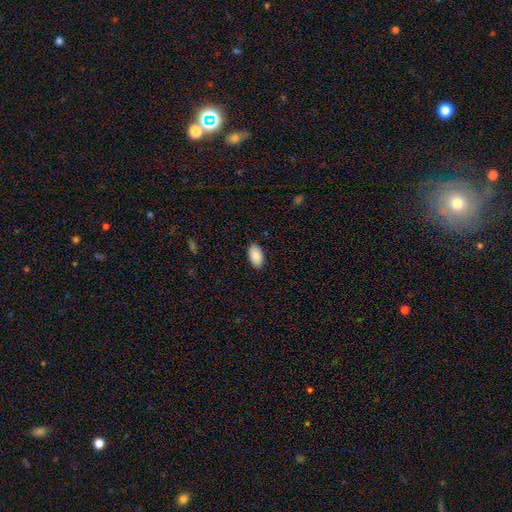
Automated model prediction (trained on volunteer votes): A smooth galaxy with no disk features (90%) that is in between round and cigar-shaped (95%).

Vote fractions:
- Smooth or featured? smooth: 90% / star or artifact: 6% / featured or disk: 4%
- How rounded? in between: 95% / round: 3% / cigar-shaped: 2%
- Merging? none: 87% / minor disturbance: 10% / major disturbance: 2% / merger: 1%